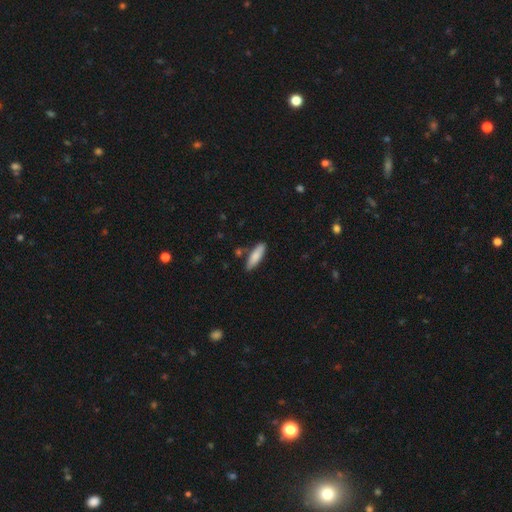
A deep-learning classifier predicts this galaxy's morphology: Smooth or featured?
  - smooth: 82% *
  - featured or disk: 12%
  - star or artifact: 6%
How rounded?
  - cigar-shaped: 58% *
  - in between: 41%
  - round: 2%
Merging?
  - none: 81% *
  - minor disturbance: 12%
  - merger: 4%
  - major disturbance: 2%